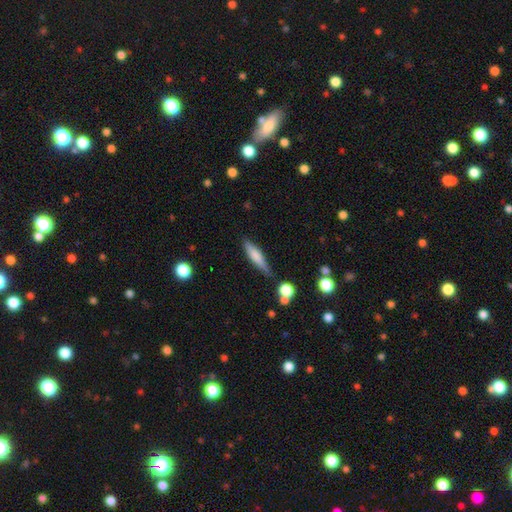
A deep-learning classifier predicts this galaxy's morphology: Q: Smooth or featured?
A: smooth (70%); runner-up: featured or disk (23%)
Q: How rounded?
A: cigar-shaped (77%); runner-up: in between (21%)
Q: Merging?
A: none (75%); runner-up: minor disturbance (17%)